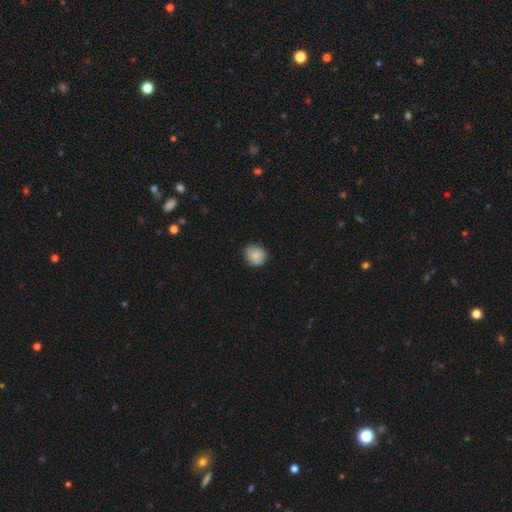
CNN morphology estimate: The model was most divided on "how rounded": round: 72%, in between: 27%, cigar-shaped: 1%. More confident: smooth or featured — smooth (84%); merging — none (76%).